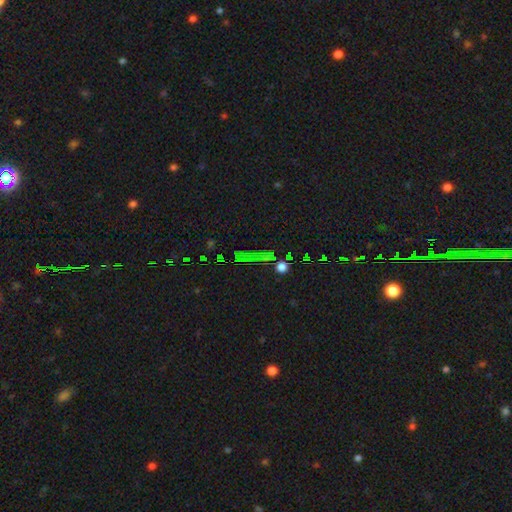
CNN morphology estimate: This appears to be a star or artifact, not a galaxy (58%).